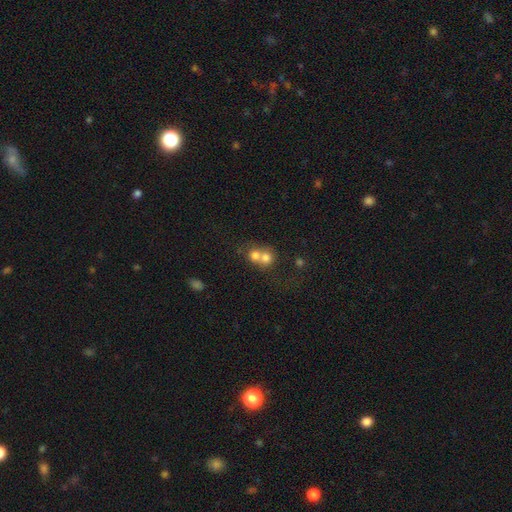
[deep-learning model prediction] Smooth or featured: smooth — 71% (featured or disk — 18%)
How rounded: round — 78% (in between — 21%)
Merging: merger — 69% (none — 24%)